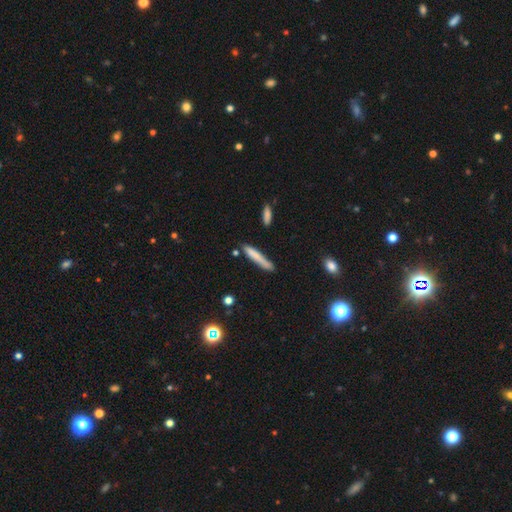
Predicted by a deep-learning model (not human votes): Morphology: type=smooth (75%); roundness=cigar-shaped (93%); merging=none (73%).